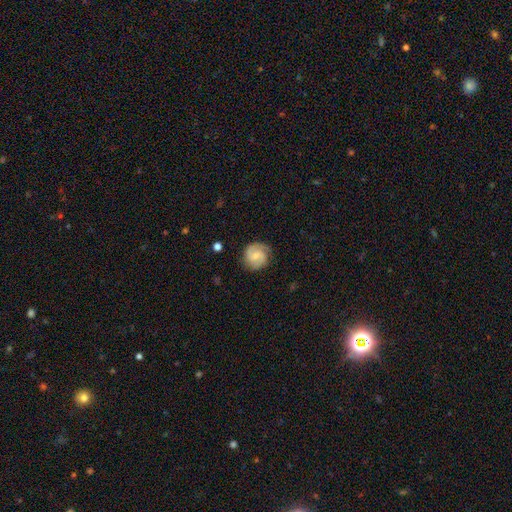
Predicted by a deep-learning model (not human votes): Overall: featured or disk (77%). Edge-on disk: no (98%). Bar: weak (51%; no 37%). Spiral arms: yes (96%). Spiral arm count: 2 (86%). Spiral winding: medium (48%; tight 38%). Bulge size: small (49%; moderate 29%). Merging: none (81%).